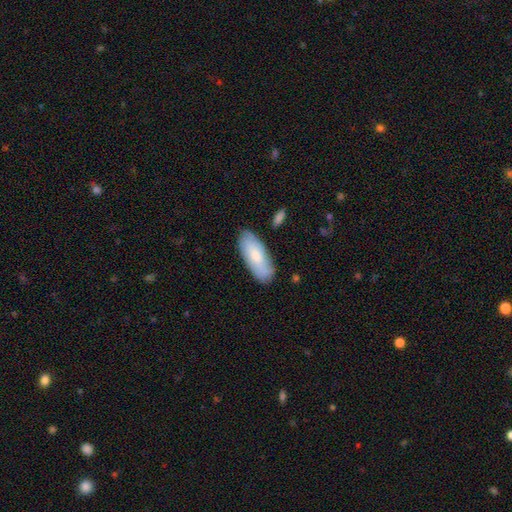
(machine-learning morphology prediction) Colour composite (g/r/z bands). It shows a smooth galaxy with no disk features (72%) that is in between round and cigar-shaped (80%). Merging: none (82%).